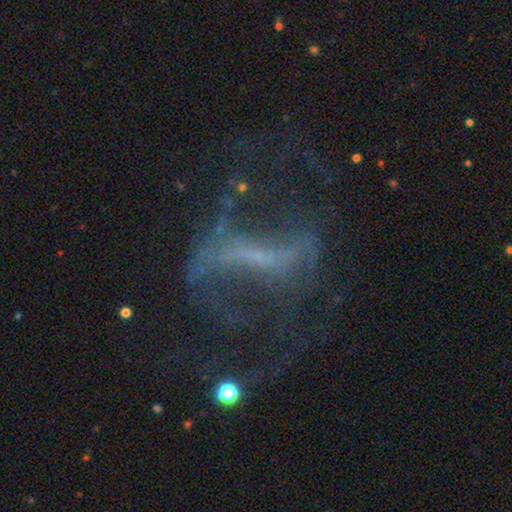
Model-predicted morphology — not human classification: This appears to be a featured or disk galaxy (75%) with a strong bar (58%), spiral arms (65%) and a small central bulge (44%, tied with none). Merging: none (47%).